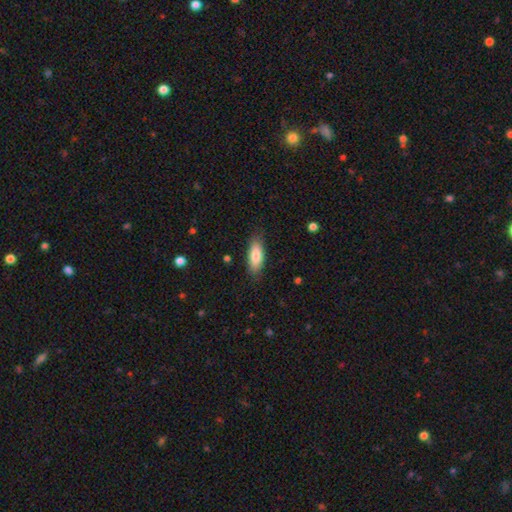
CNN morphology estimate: type=smooth (81%); roundness=in between (73%); merging=none (84%).